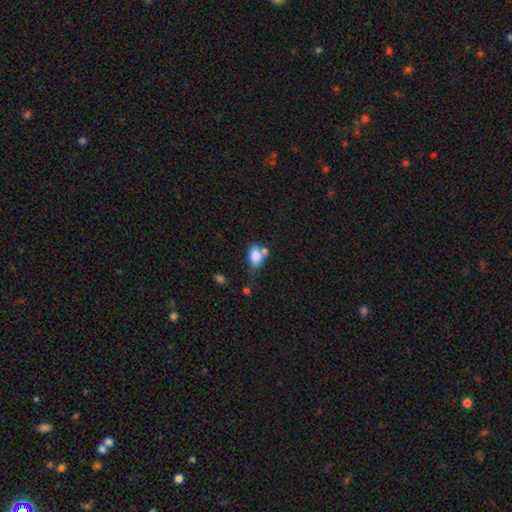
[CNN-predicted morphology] A smooth galaxy with no disk features (80%) that is in between round and cigar-shaped (77%). Merging: none (44%).